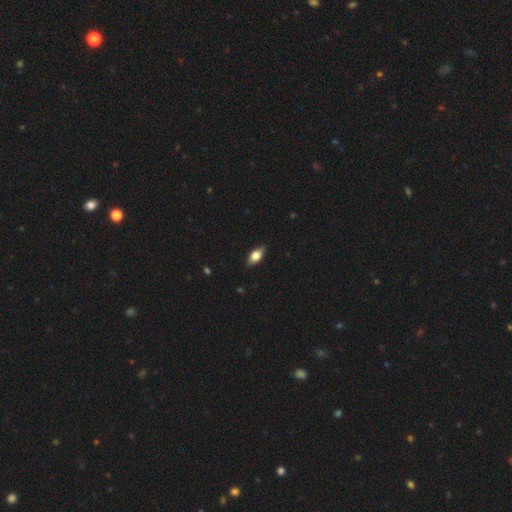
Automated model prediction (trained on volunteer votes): Morphology: type=smooth (61%); roundness=in between (83%); merging=none (86%).